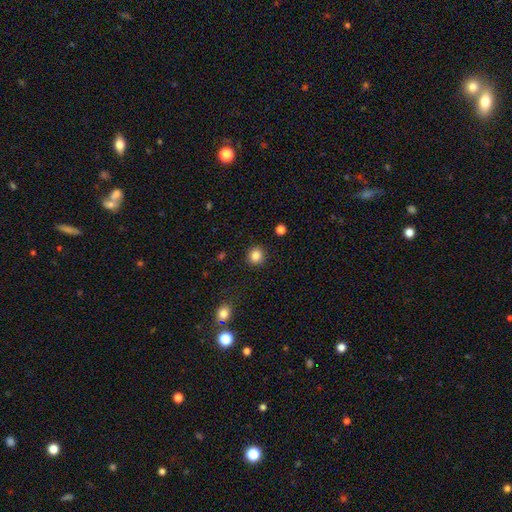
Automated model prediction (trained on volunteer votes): This is clearly a smooth galaxy (85%). How rounded: clearly round (90%). Merging: clearly none (90%).